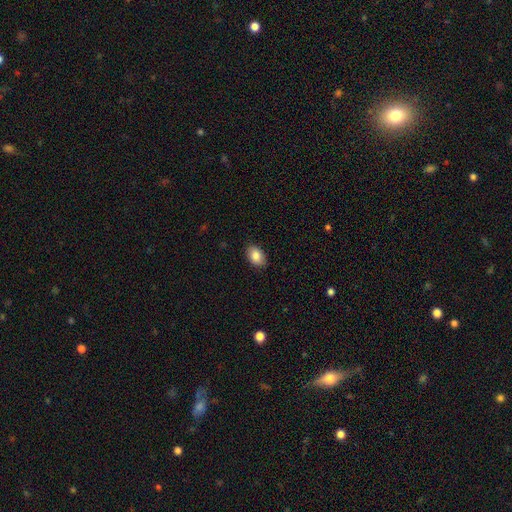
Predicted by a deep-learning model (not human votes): Q: Smooth or featured?
A: smooth (87%); runner-up: star or artifact (7%)
Q: How rounded?
A: in between (87%); runner-up: round (11%)
Q: Merging?
A: none (88%); runner-up: minor disturbance (9%)